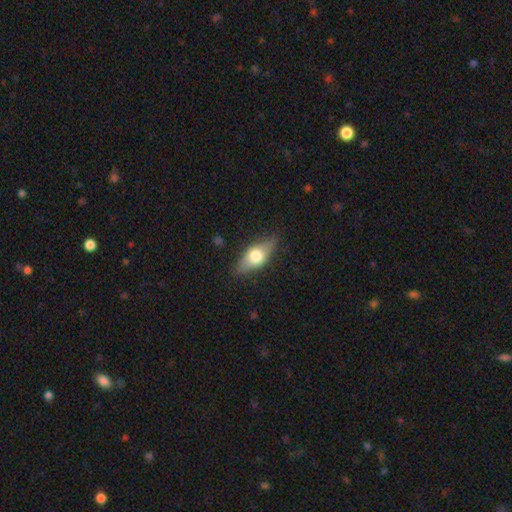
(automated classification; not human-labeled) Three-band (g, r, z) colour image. It shows a smooth galaxy with no disk features (55%) that is in between round and cigar-shaped (73%). Merging: none (80%).